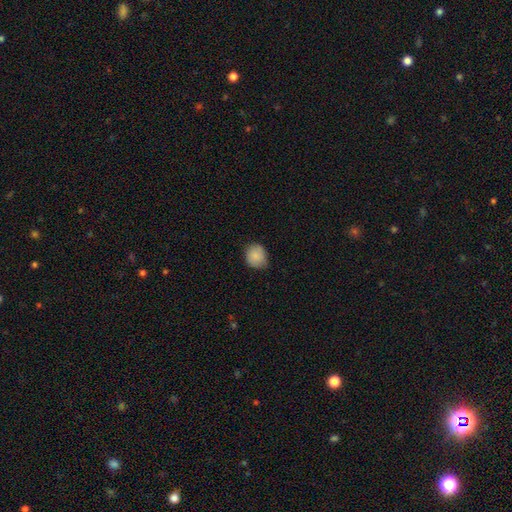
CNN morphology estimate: This appears to be a smooth galaxy with no disk features (86%) that is round (74%). Merging: none (73%).